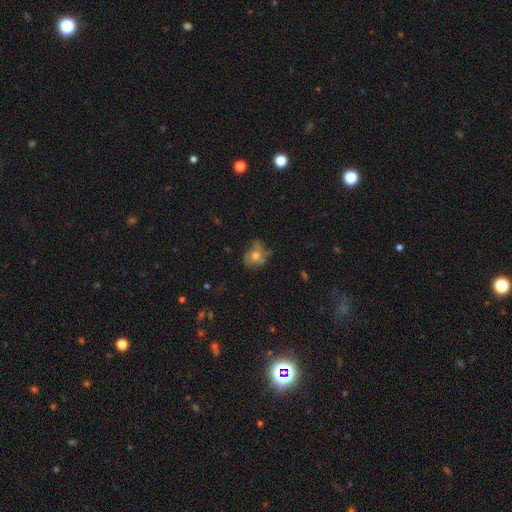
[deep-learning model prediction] smooth_or_featured: smooth (p=0.50) [alt: featured or disk p=0.36]
how_rounded: round (p=0.55) [alt: in between p=0.43]
merging: none (p=0.51) [alt: minor disturbance p=0.27]